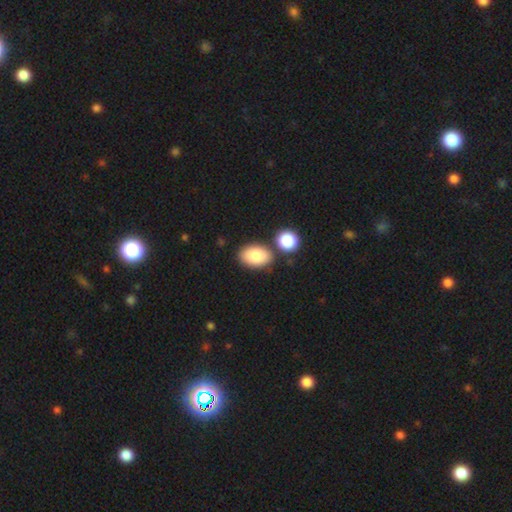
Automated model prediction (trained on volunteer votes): Q: Smooth or featured?
A: smooth (84%); runner-up: featured or disk (9%)
Q: How rounded?
A: in between (89%); runner-up: round (10%)
Q: Merging?
A: none (74%); runner-up: merger (13%)